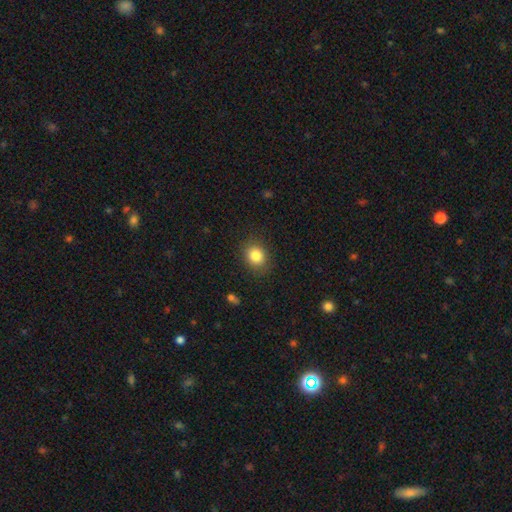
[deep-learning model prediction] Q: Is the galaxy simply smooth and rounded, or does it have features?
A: smooth — 84%.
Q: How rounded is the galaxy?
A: round — 65%.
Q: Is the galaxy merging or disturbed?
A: none — 86%.